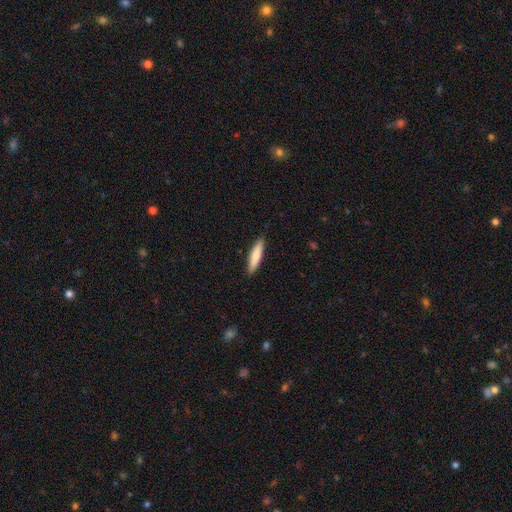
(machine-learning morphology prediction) This is likely a smooth galaxy (79%). How rounded: clearly cigar-shaped (82%). Merging: clearly none (89%).